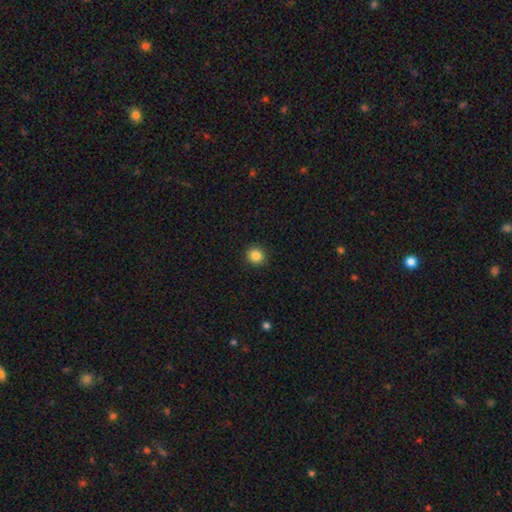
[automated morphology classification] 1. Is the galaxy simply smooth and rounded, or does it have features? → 86% smooth, 10% star or artifact, 4% featured or disk.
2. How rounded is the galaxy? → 91% round, 8% in between, 1% cigar-shaped.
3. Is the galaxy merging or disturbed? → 92% none, 5% minor disturbance, 2% major disturbance, 1% merger.